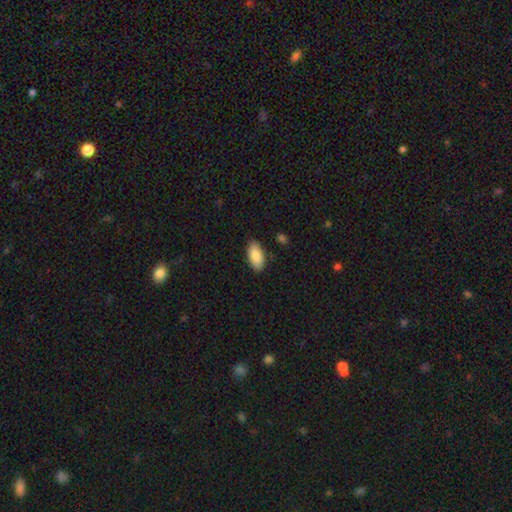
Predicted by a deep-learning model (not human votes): The model was most divided on "merging": none: 85%, minor disturbance: 11%, major disturbance: 2%, merger: 2%. More confident: how rounded — in between (93%); smooth or featured — smooth (89%).